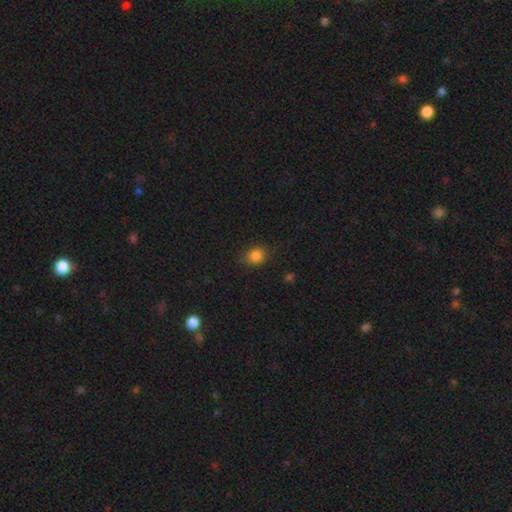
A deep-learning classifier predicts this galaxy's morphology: The model was most divided on "how rounded": round: 62%, in between: 37%, cigar-shaped: 1%. More confident: smooth or featured — smooth (83%); merging — none (81%).